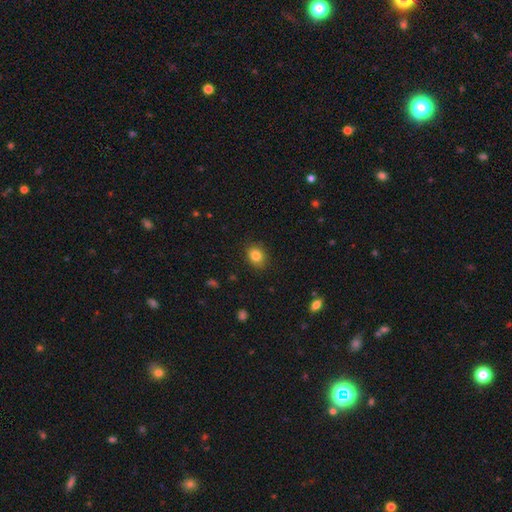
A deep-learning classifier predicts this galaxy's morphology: smooth 84%, star or artifact 10%, featured or disk 6%. Down the decision tree: how rounded — round (53%); merging — none (86%).